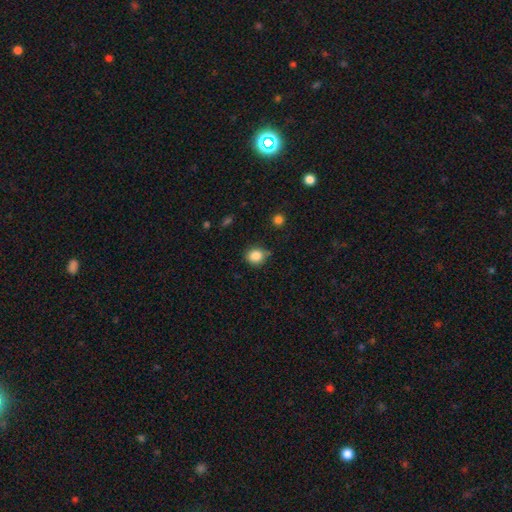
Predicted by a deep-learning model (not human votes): smooth_or_featured: smooth (p=0.86) [alt: star or artifact p=0.10]
how_rounded: round (p=0.78) [alt: in between p=0.21]
merging: none (p=0.71) [alt: minor disturbance p=0.21]